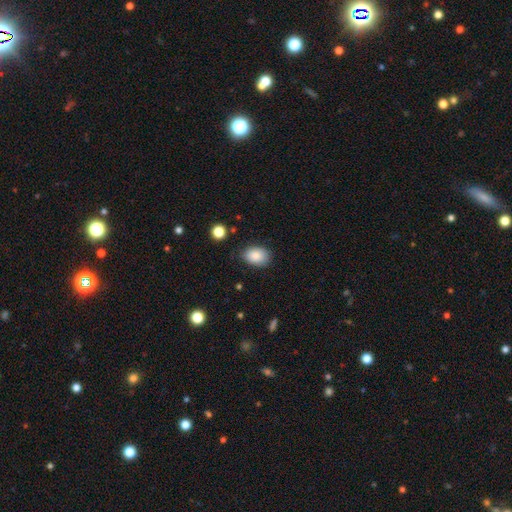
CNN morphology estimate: Smooth or featured?
  - smooth: 86% *
  - star or artifact: 8%
  - featured or disk: 6%
How rounded?
  - in between: 81% *
  - round: 18%
  - cigar-shaped: 1%
Merging?
  - none: 79% *
  - minor disturbance: 16%
  - major disturbance: 3%
  - merger: 2%